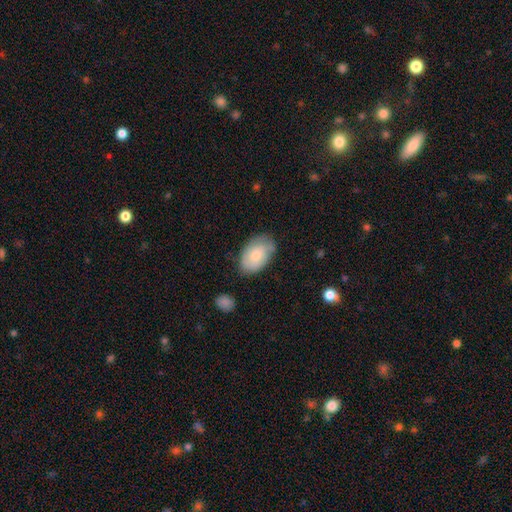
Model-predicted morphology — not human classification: A smooth galaxy with no disk features (71%) that is in between round and cigar-shaped (90%). Merging: none (68%).